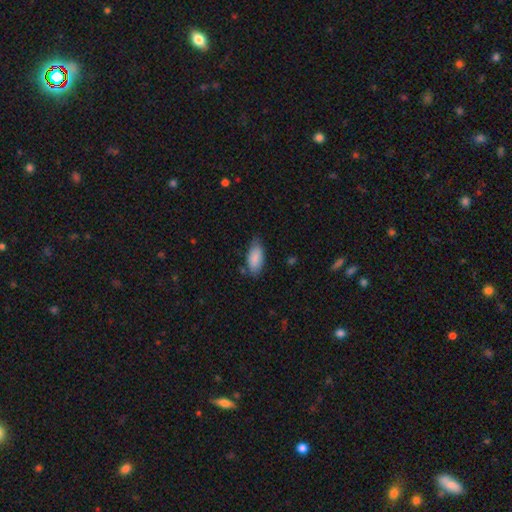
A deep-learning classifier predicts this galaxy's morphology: Smooth or featured?
  - smooth: 87% *
  - featured or disk: 7%
  - star or artifact: 6%
How rounded?
  - in between: 88% *
  - cigar-shaped: 10%
  - round: 2%
Merging?
  - none: 71% *
  - minor disturbance: 23%
  - major disturbance: 4%
  - merger: 2%